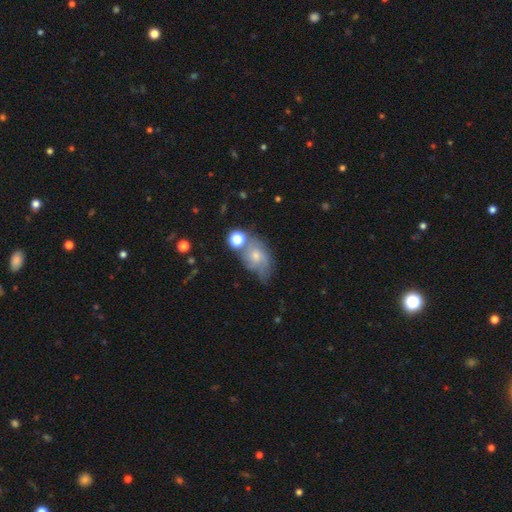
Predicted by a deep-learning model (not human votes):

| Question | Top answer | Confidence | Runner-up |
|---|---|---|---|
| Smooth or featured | smooth | 45% | featured or disk (43%) |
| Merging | none | 38% | minor disturbance (29%) |